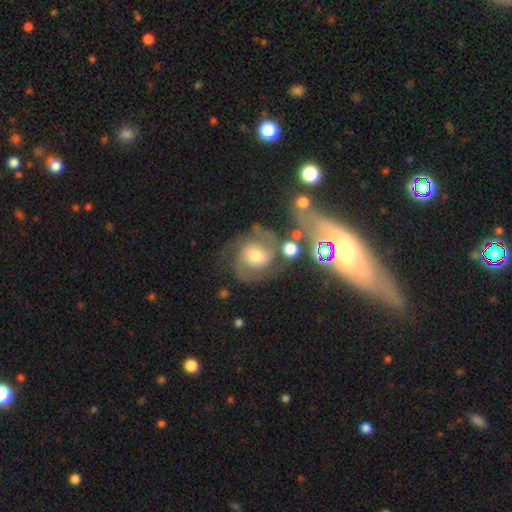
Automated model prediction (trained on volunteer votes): A featured or disk galaxy (82%) with no bar (58%), 2 (86%) medium (50%) spiral arms (96%) and a moderate central bulge (63%). Merging: none (67%).